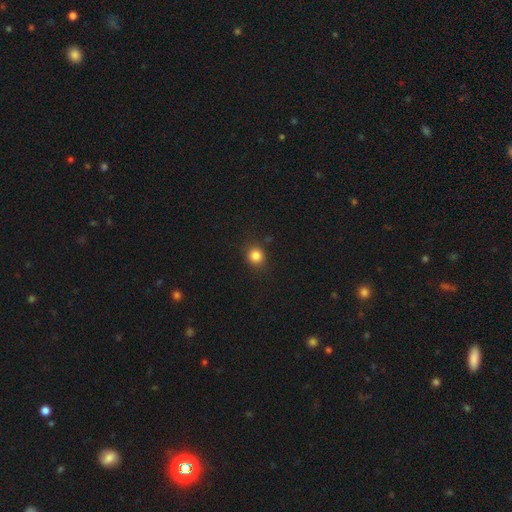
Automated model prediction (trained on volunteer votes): A smooth galaxy with no disk features (84%) that is round (85%).

Vote fractions:
- Smooth or featured? smooth: 84% / star or artifact: 12% / featured or disk: 5%
- How rounded? round: 85% / in between: 14% / cigar-shaped: 1%
- Merging? none: 85% / minor disturbance: 10% / major disturbance: 3% / merger: 2%